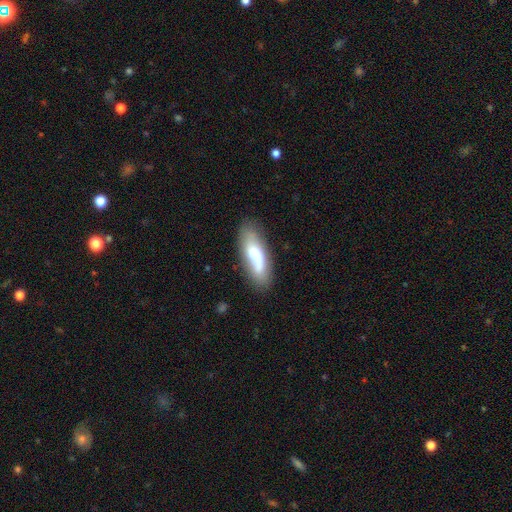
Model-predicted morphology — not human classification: Smooth or featured? smooth (62%)
How rounded? in between (64%)
Merging? none (68%)